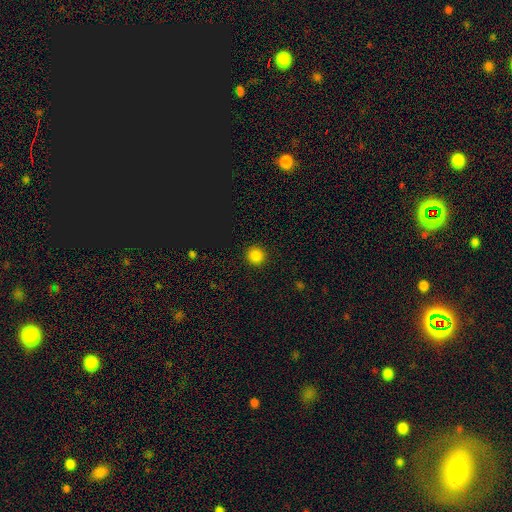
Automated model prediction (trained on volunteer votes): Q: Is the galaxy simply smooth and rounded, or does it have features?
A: smooth — 84%.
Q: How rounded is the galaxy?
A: round — 93%.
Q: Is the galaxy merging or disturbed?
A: none — 92%.